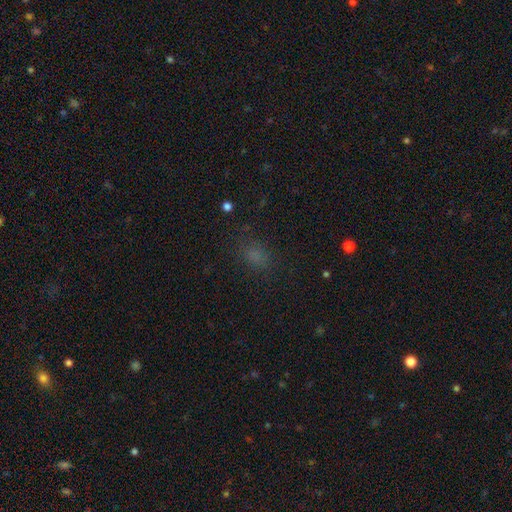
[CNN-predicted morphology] smooth 70%, star or artifact 23%, featured or disk 7%. Down the decision tree: how rounded — in between (59%); merging — none (78%).